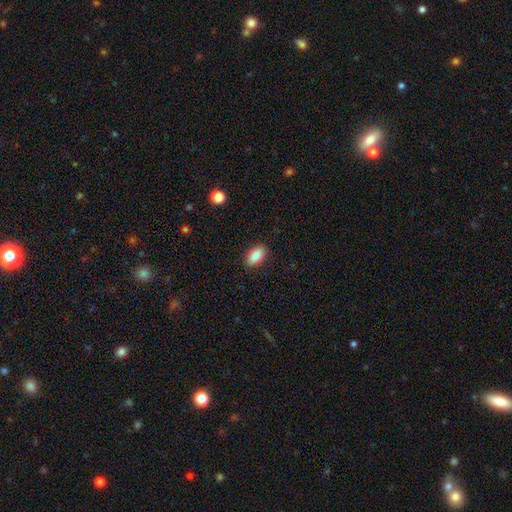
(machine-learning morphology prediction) Q: Smooth or featured?
A: smooth (88%); runner-up: star or artifact (7%)
Q: How rounded?
A: in between (92%); runner-up: round (6%)
Q: Merging?
A: none (87%); runner-up: minor disturbance (10%)